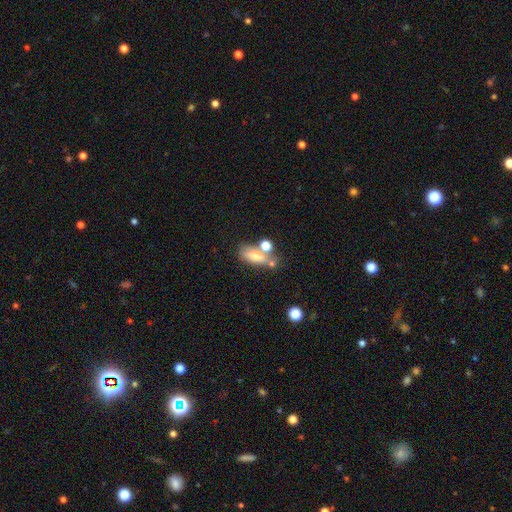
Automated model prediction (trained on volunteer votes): Smooth or featured? smooth (65%)
How rounded? in between (68%)
Merging? none (46%)